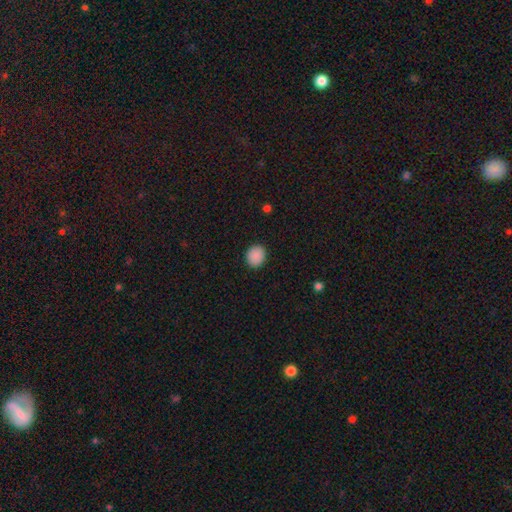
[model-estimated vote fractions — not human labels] smooth_or_featured: smooth (p=0.89) [alt: star or artifact p=0.08]
how_rounded: round (p=0.72) [alt: in between p=0.27]
merging: none (p=0.91) [alt: minor disturbance p=0.06]